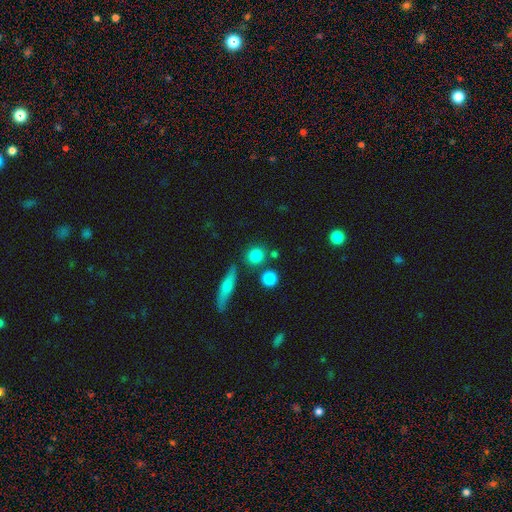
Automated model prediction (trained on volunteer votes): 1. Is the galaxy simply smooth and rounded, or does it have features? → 81% smooth, 10% star or artifact, 9% featured or disk.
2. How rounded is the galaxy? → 83% round, 14% in between, 4% cigar-shaped.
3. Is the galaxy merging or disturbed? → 76% none, 11% merger, 9% minor disturbance, 3% major disturbance.